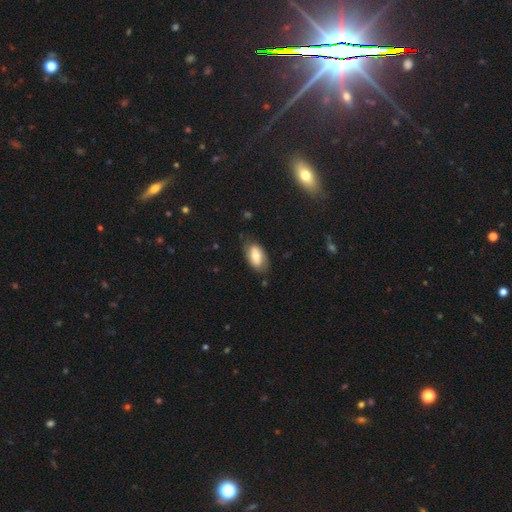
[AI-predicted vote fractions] Smooth or featured? smooth (66%)
How rounded? in between (93%)
Merging? none (74%)